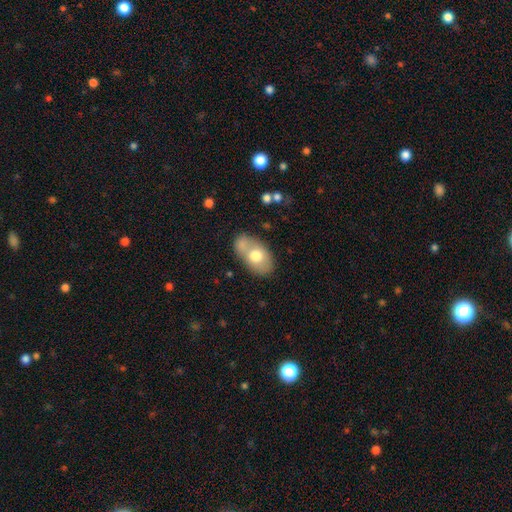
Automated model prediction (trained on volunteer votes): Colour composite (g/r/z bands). It shows a smooth galaxy with no disk features (68%) that is in between round and cigar-shaped (89%). Merging: none (53%).